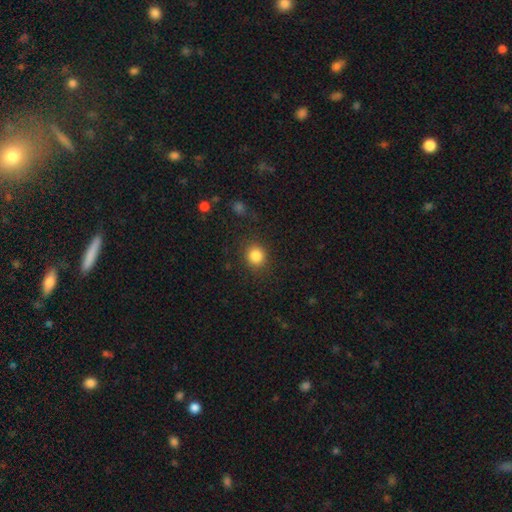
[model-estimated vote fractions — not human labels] This appears to be a smooth galaxy with no disk features (85%) that is round (84%). Merging: none (87%).